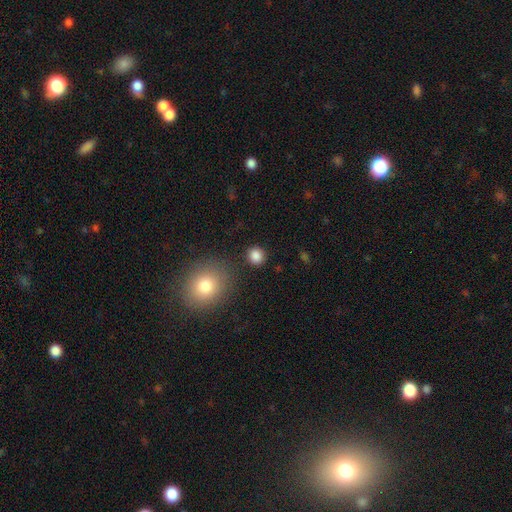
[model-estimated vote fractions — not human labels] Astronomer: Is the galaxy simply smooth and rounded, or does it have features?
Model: smooth — 85%.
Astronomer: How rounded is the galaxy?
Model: round — 89%.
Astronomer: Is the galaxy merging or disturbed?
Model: none — 87%.